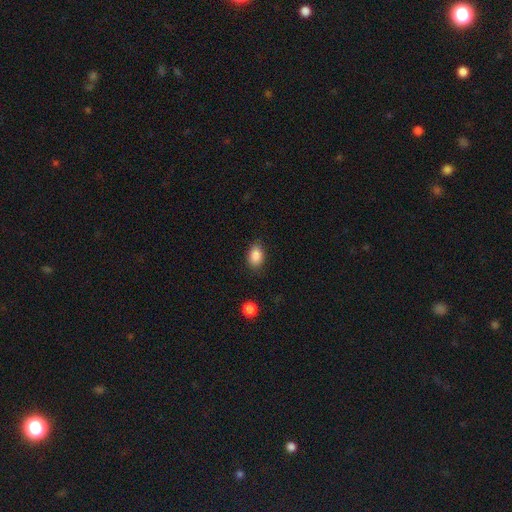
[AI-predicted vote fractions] smooth-or-featured: smooth: 88% | star or artifact: 8% | featured or disk: 4%
  how-rounded: in between: 84% | round: 14% | cigar-shaped: 1%
  merging: none: 83% | minor disturbance: 13% | major disturbance: 3% | merger: 1%